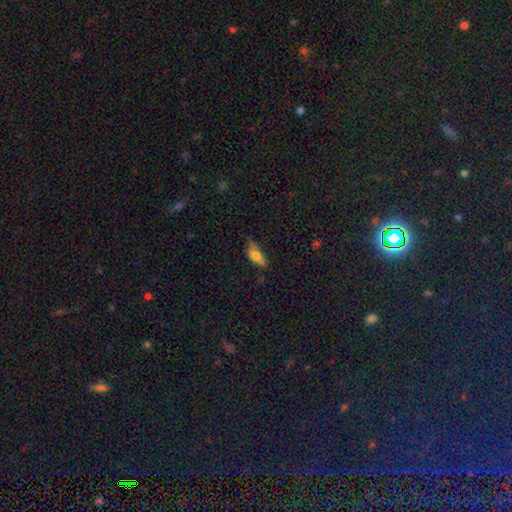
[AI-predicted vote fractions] A smooth galaxy with no disk features (67%) that is in between round and cigar-shaped (69%).

Vote fractions:
- Smooth or featured? smooth: 67% / featured or disk: 24% / star or artifact: 8%
- How rounded? in between: 69% / cigar-shaped: 28% / round: 3%
- Merging? none: 51% / minor disturbance: 34% / major disturbance: 12% / merger: 3%